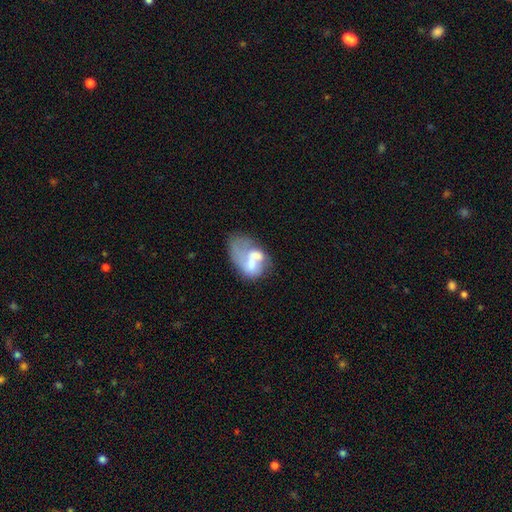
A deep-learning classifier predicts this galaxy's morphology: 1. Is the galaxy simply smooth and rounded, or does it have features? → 47% featured or disk, 44% smooth, 9% star or artifact.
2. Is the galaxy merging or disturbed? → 36% major disturbance, 29% merger, 19% none, 16% minor disturbance.